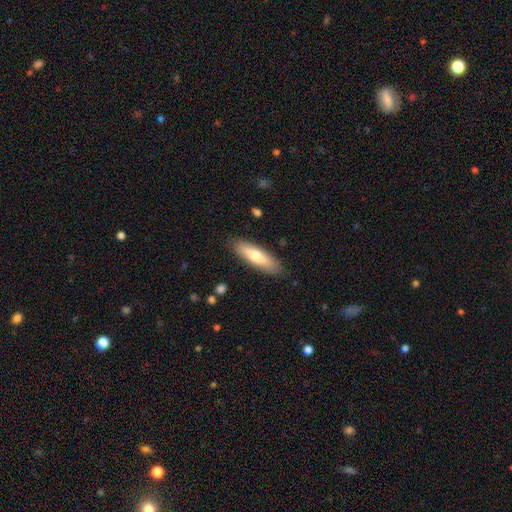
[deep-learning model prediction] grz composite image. It shows a smooth galaxy with no disk features (65%) that is cigar-shaped (57%). Merging: none (87%).